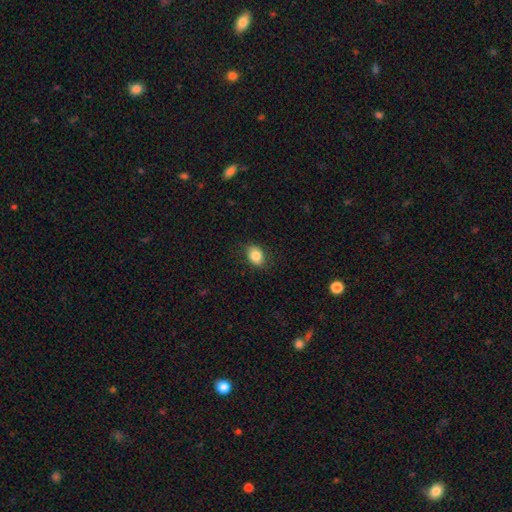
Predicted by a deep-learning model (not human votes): Smooth or featured?
  - smooth: 85% *
  - star or artifact: 9%
  - featured or disk: 6%
How rounded?
  - in between: 68% *
  - round: 31%
  - cigar-shaped: 1%
Merging?
  - none: 82% *
  - minor disturbance: 13%
  - major disturbance: 3%
  - merger: 1%